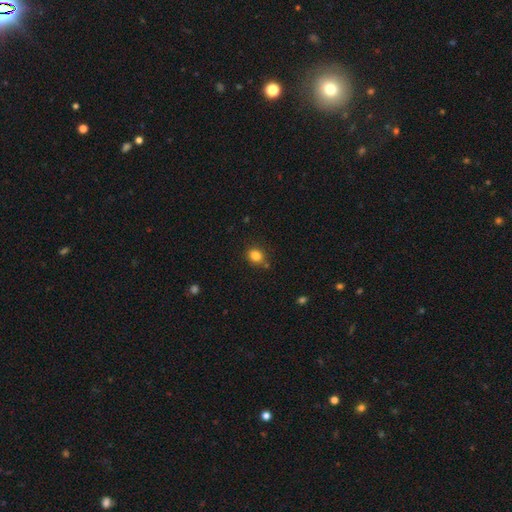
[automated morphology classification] smooth_or_featured: smooth (p=0.84) [alt: star or artifact p=0.11]
how_rounded: round (p=0.65) [alt: in between p=0.34]
merging: none (p=0.79) [alt: minor disturbance p=0.13]